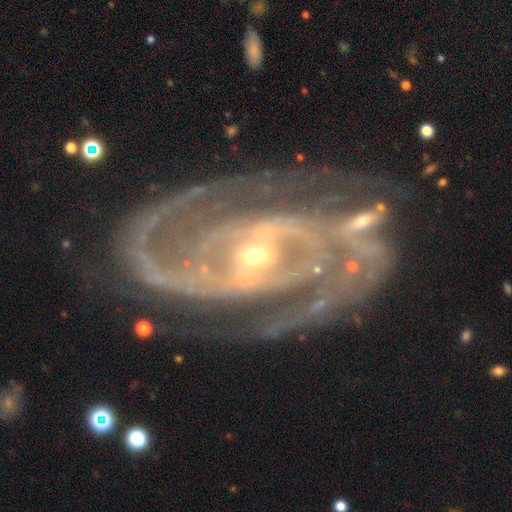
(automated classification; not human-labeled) Morphology: type=featured or disk (90%); edge-on=no (96%); bar=strong (50%); spiral arms=yes (91%); winding=tight (44%); arm count=2 (58%); bulge=small (64%); merging=none (52%).